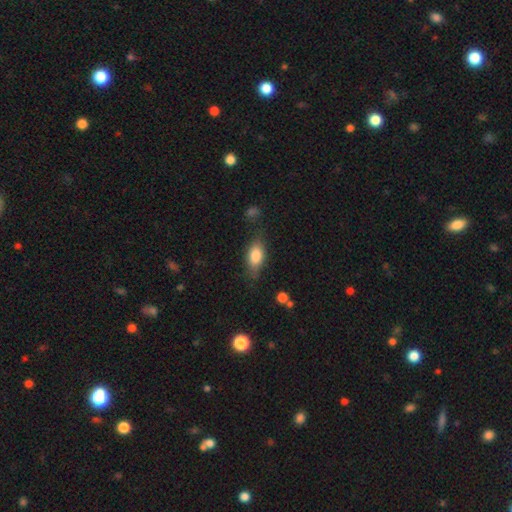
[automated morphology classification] Overall: smooth (80%). How rounded: in between (85%). Merging: none (72%).